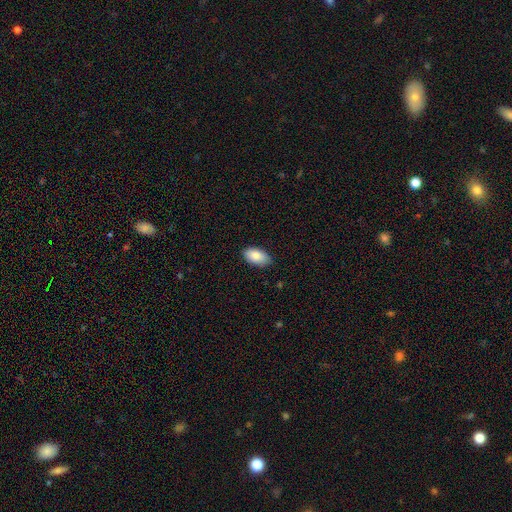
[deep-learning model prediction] This is clearly a smooth galaxy (85%). How rounded: clearly in between (94%). Merging: clearly none (85%).